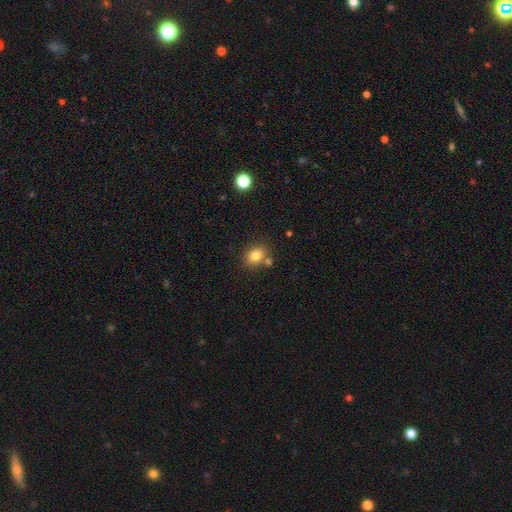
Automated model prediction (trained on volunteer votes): Overall: smooth (82%). How rounded: in between (56%; round 43%). Merging: none (70%).